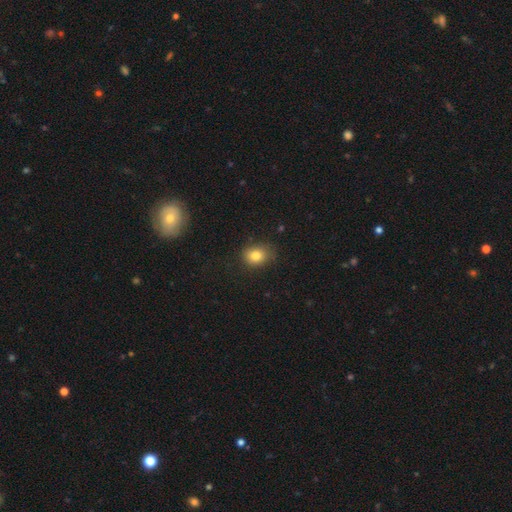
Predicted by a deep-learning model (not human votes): Q: Smooth or featured?
A: smooth (81%); runner-up: star or artifact (11%)
Q: How rounded?
A: round (51%); runner-up: in between (49%)
Q: Merging?
A: none (74%); runner-up: minor disturbance (20%)